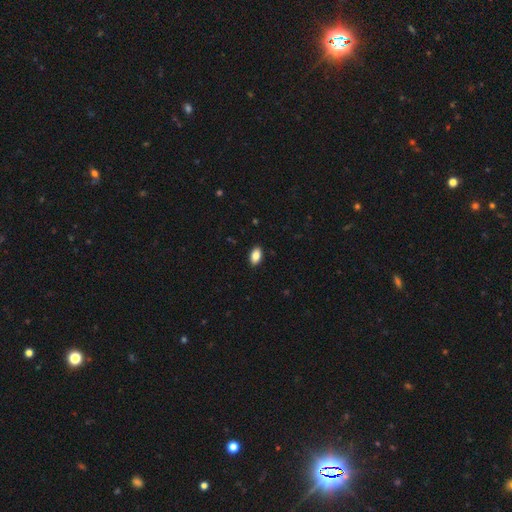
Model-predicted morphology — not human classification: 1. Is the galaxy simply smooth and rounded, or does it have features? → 86% smooth, 8% star or artifact, 7% featured or disk.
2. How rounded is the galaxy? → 92% in between, 5% round, 3% cigar-shaped.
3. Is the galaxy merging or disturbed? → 90% none, 8% minor disturbance, 2% major disturbance, 1% merger.